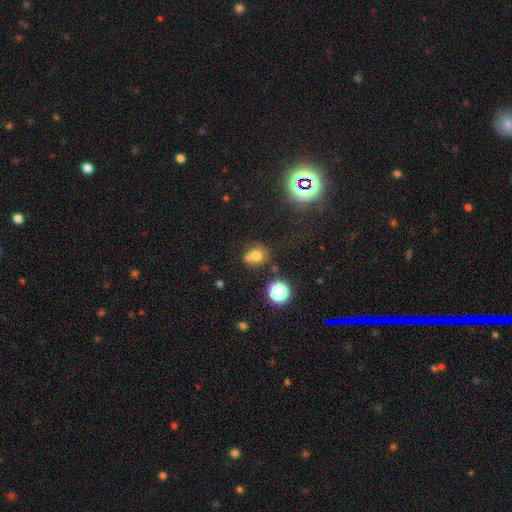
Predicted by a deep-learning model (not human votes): This appears to be a smooth galaxy with no disk features (68%) that is round (72%). Merging: none (48%).